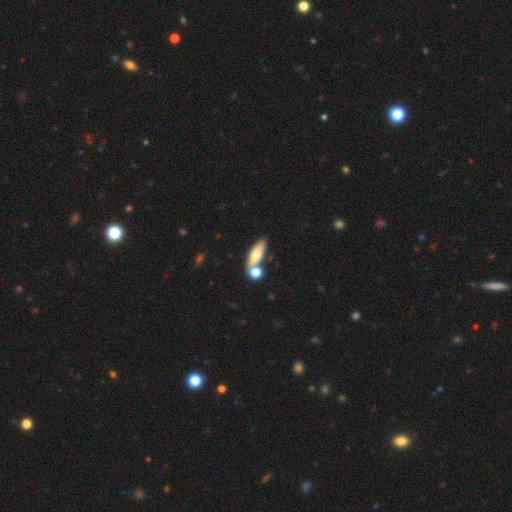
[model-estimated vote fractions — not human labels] This appears to be a smooth galaxy with no disk features (67%) that is in between round and cigar-shaped (61%). Merging: none (54%).